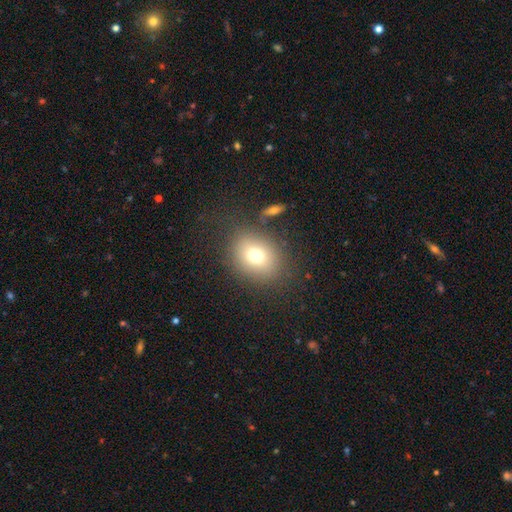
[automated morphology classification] type=smooth (74%); roundness=round (51%); merging=none (78%).